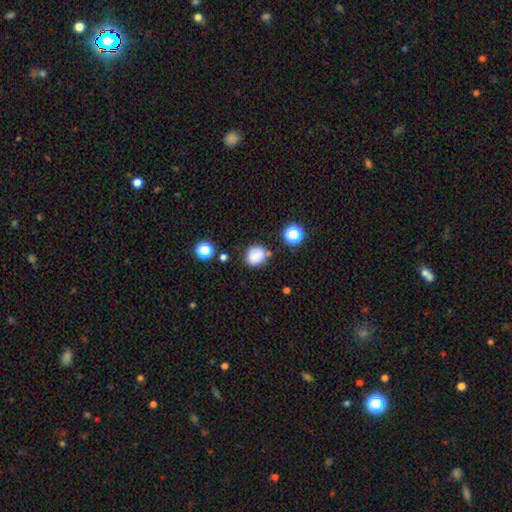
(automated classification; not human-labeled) This is clearly a smooth galaxy (82%). How rounded: likely round (70%). Merging: likely none (73%).